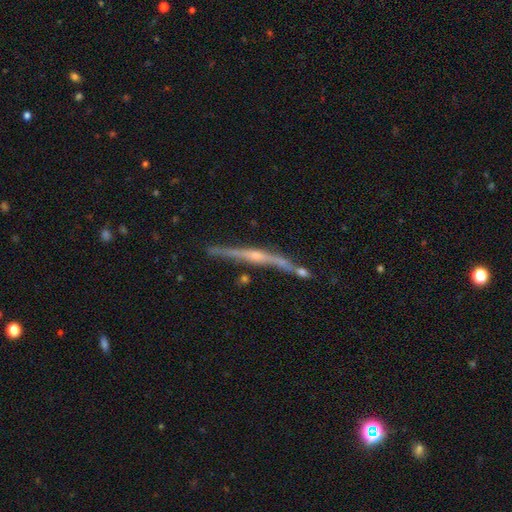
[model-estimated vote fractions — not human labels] Smooth or featured? featured or disk (81%)
Edge-on disk? yes (97%)
Edge-on bulge? rounded (72%)
Merging? none (70%)